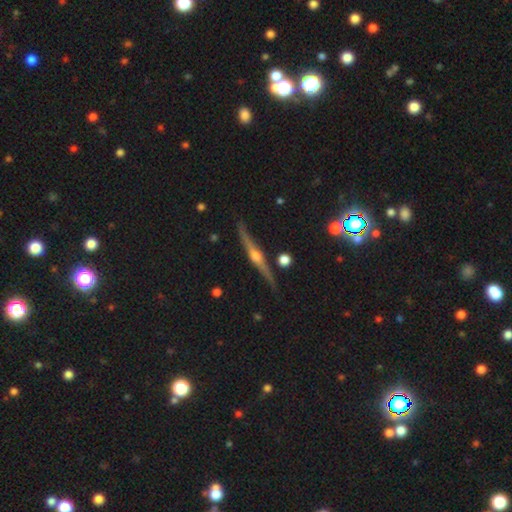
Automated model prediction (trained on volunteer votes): This is clearly a featured or disk galaxy (84%). It is clearly viewed edge-on (98%). Edge-on bulge: clearly rounded (93%). Merging: clearly none (88%).